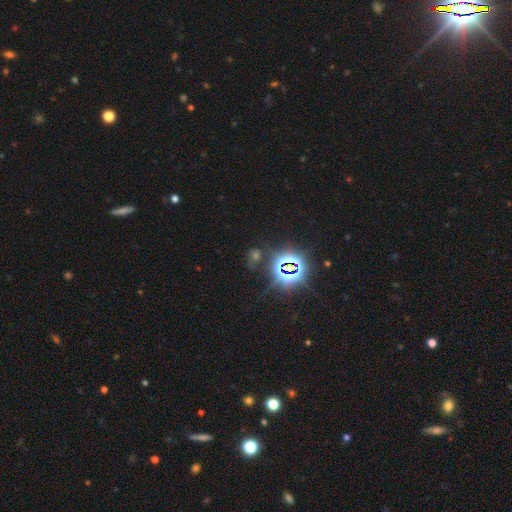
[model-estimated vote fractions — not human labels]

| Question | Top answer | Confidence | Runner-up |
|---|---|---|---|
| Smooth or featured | star or artifact | 73% | smooth (17%) |